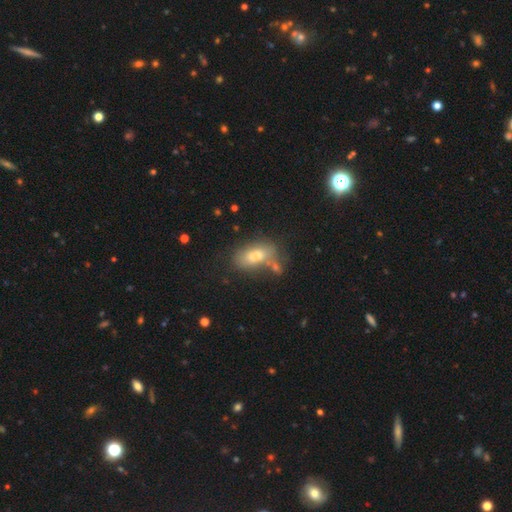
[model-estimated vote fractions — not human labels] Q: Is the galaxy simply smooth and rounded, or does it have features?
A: smooth — 73%.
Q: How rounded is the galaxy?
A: in between — 88%.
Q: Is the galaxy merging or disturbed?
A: none — 52%.